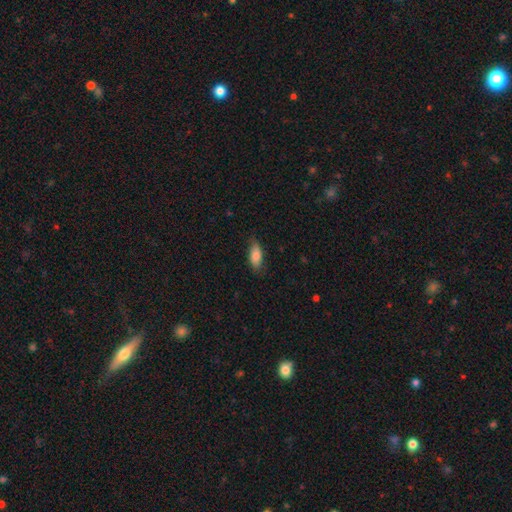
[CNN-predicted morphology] Smooth or featured: smooth — 82% (featured or disk — 12%)
How rounded: in between — 81% (cigar-shaped — 17%)
Merging: none — 78% (minor disturbance — 18%)